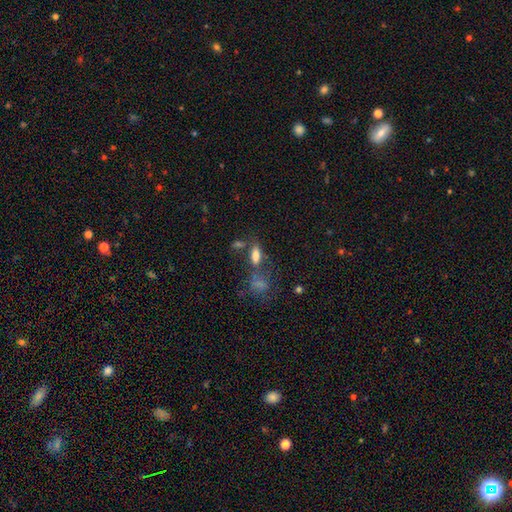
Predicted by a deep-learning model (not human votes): A smooth galaxy with no disk features (74%) that is in between round and cigar-shaped (72%).

Vote fractions:
- Smooth or featured? smooth: 74% / featured or disk: 14% / star or artifact: 12%
- How rounded? in between: 72% / cigar-shaped: 23% / round: 5%
- Merging? none: 59% / merger: 17% / minor disturbance: 15% / major disturbance: 8%